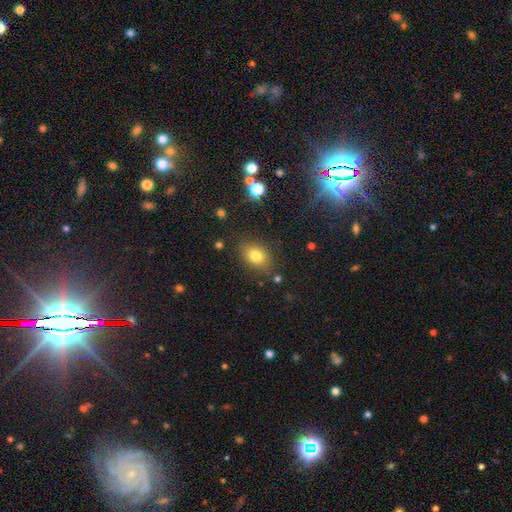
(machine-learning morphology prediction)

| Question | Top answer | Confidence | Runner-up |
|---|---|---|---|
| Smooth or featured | smooth | 79% | star or artifact (12%) |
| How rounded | in between | 69% | round (30%) |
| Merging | none | 81% | minor disturbance (13%) |